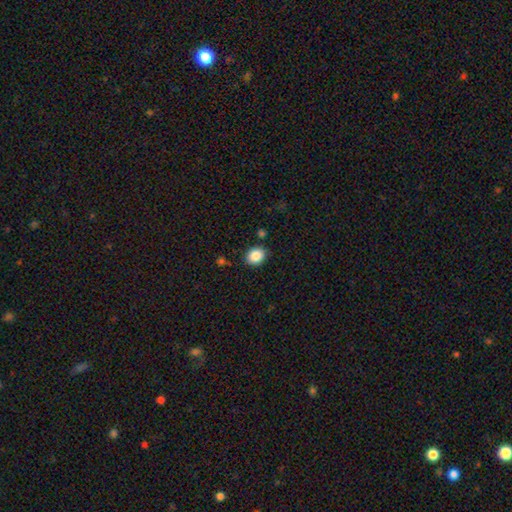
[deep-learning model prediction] smooth_or_featured: smooth (p=0.87) [alt: star or artifact p=0.09]
how_rounded: round (p=0.56) [alt: in between p=0.43]
merging: none (p=0.84) [alt: minor disturbance p=0.10]